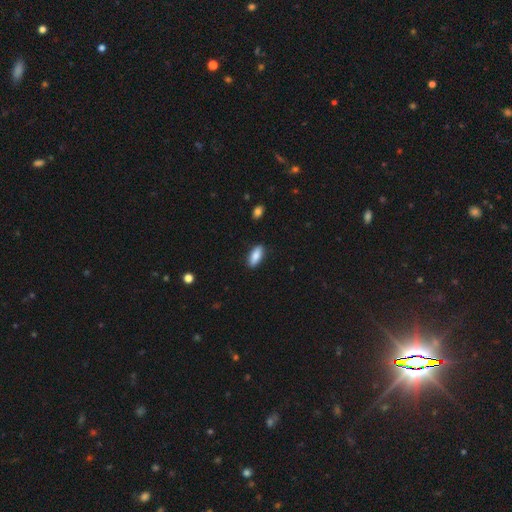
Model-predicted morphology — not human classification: smooth 86%, featured or disk 8%, star or artifact 6%. Down the decision tree: how rounded — in between (79%); merging — none (88%).